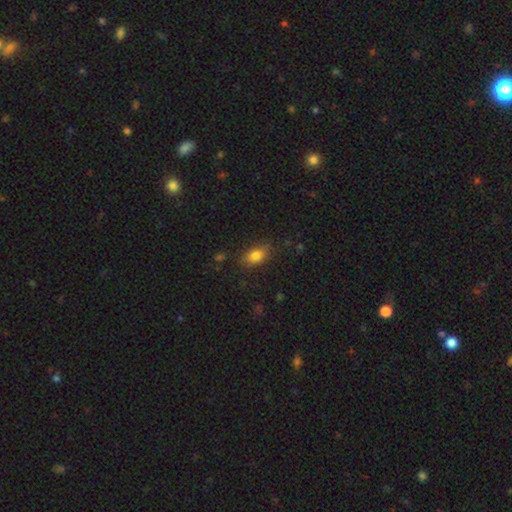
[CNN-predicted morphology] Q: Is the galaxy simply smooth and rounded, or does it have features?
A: smooth — 82%.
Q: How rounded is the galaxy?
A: in between — 83%.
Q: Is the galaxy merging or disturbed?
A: none — 77%.